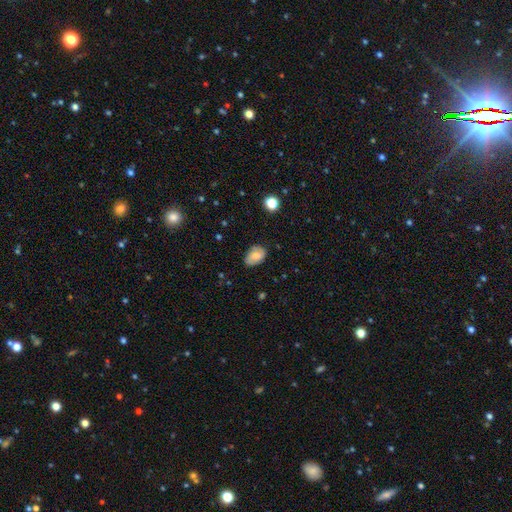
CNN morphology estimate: A smooth galaxy with no disk features (74%) that is in between round and cigar-shaped (87%).

Vote fractions:
- Smooth or featured? smooth: 74% / featured or disk: 18% / star or artifact: 8%
- How rounded? in between: 87% / round: 11% / cigar-shaped: 1%
- Merging? none: 73% / minor disturbance: 22% / major disturbance: 4% / merger: 1%